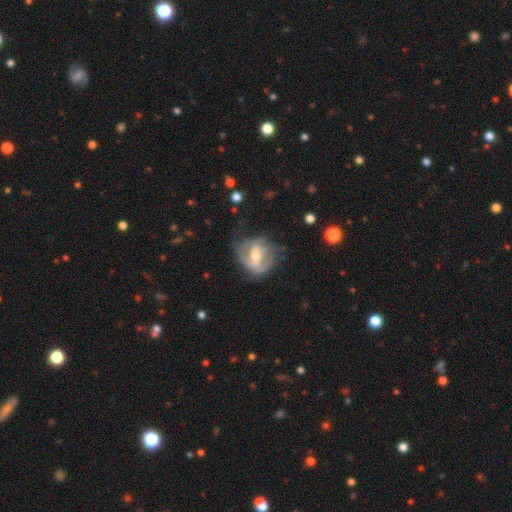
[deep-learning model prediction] A featured or disk galaxy (71%) with a weak bar (48%), 2 (44%) medium (41%) spiral arms (81%) and a moderate central bulge (63%). Merging: none (46%).